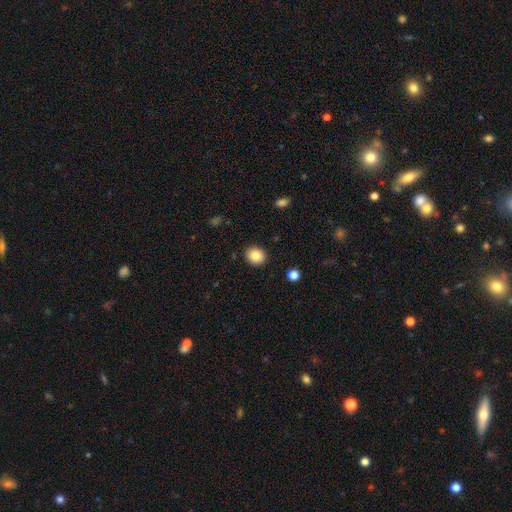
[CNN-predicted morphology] Smooth or featured? Predicted: smooth (p=0.87). How rounded? Predicted: round (p=0.74). Merging? Predicted: none (p=0.90).